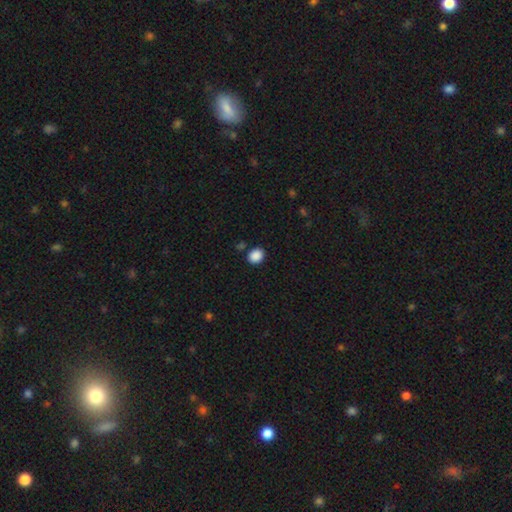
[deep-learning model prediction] Morphology: type=smooth (89%); roundness=round (55%); merging=none (86%).